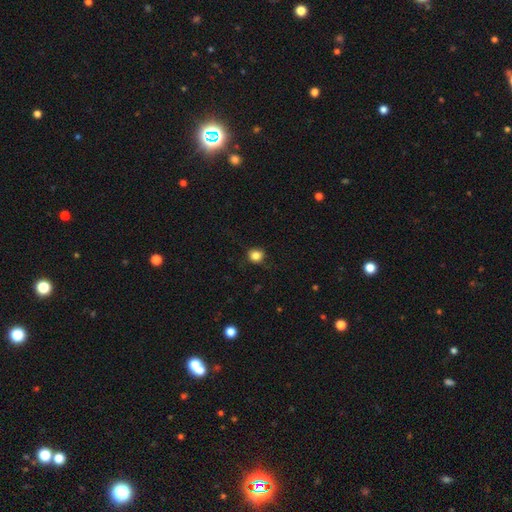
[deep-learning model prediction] A smooth galaxy with no disk features (84%) that is round (84%). Merging: none (79%).